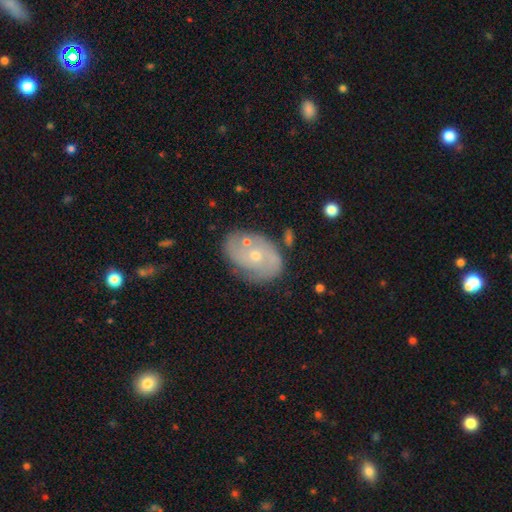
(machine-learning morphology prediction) The model was most divided on "bulge size": small: 61%, moderate: 36%, large: 1%, none: 1%, dominant: 1%. More confident: edge-on disk — no (95%); bar — no (80%); spiral arms — yes (65%); merging — none (64%); smooth or featured — featured or disk (62%).